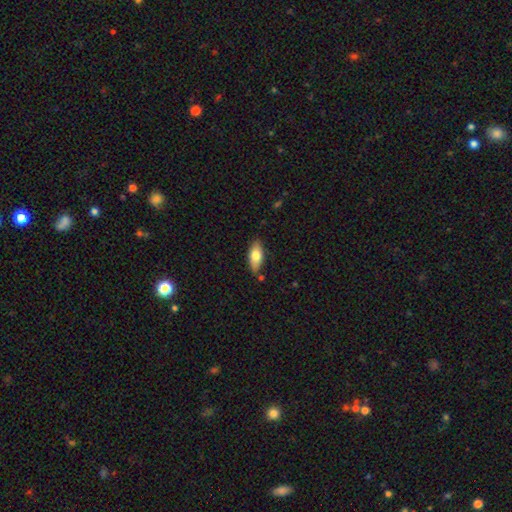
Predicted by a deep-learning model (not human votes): smooth 72%, featured or disk 21%, star or artifact 6%. Down the decision tree: how rounded — in between (84%); merging — none (82%).